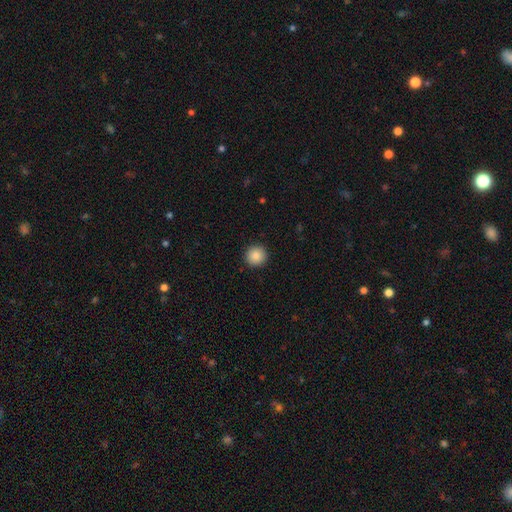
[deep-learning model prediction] A smooth galaxy with no disk features (86%) that is round (94%). Merging: none (92%).